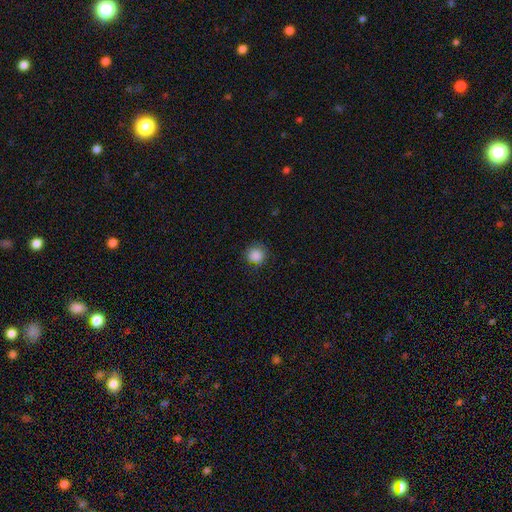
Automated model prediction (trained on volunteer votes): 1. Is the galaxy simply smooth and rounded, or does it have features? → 86% smooth, 10% star or artifact, 4% featured or disk.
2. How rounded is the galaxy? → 92% round, 7% in between, 1% cigar-shaped.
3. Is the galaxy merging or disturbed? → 80% none, 15% minor disturbance, 4% major disturbance, 1% merger.